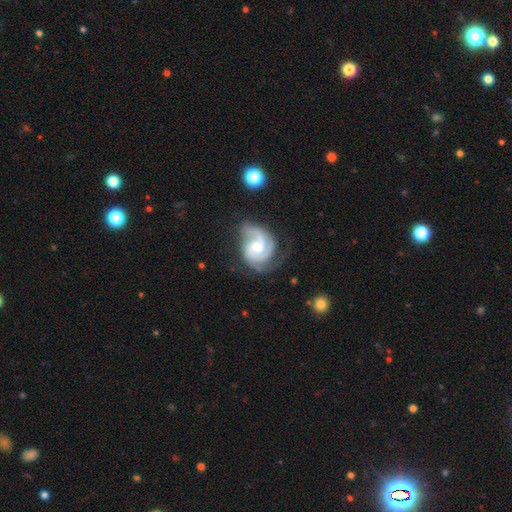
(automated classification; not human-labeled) Smooth or featured?
  - featured or disk: 89% *
  - smooth: 7%
  - star or artifact: 4%
Edge-on disk?
  - no: 98% *
  - yes: 2%
Bar?
  - no: 46% * (tied)
  - weak: 46% * (tied)
  - strong: 8%
Spiral arms?
  - yes: 98% *
  - no: 2%
Spiral winding?
  - tight: 45% * (tied)
  - medium: 45% * (tied)
  - loose: 10%
Spiral arm count?
  - 2: 50% *
  - 3: 30%
  - can't tell: 10%
  - 1: 4%
  - 4: 3%
  - more than 4: 3%
Bulge size?
  - moderate: 52% *
  - small: 37%
  - large: 6%
  - none: 5%
  - dominant: 1%
Merging?
  - none: 58% *
  - minor disturbance: 24%
  - major disturbance: 15%
  - merger: 2%